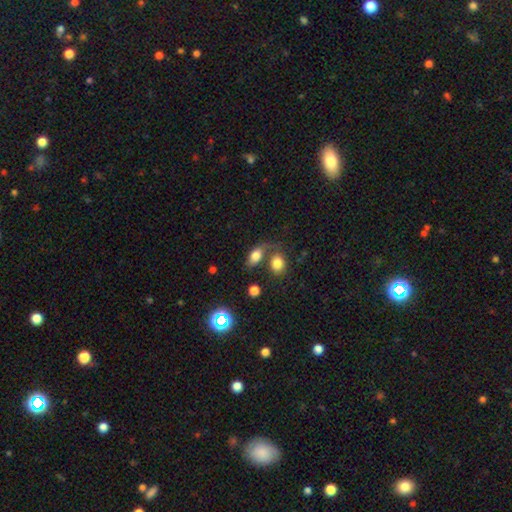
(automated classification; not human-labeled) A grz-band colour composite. It shows a smooth galaxy with no disk features (75%) that is in between round and cigar-shaped (81%). Merging: none (40%).